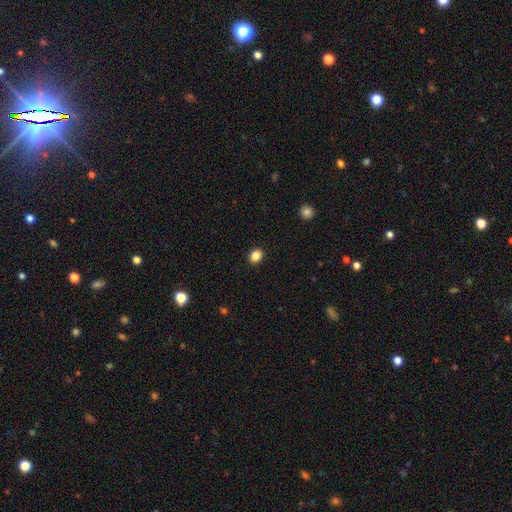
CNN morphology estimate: Q: Smooth or featured?
A: smooth (86%); runner-up: star or artifact (11%)
Q: How rounded?
A: round (62%); runner-up: in between (37%)
Q: Merging?
A: none (91%); runner-up: minor disturbance (6%)